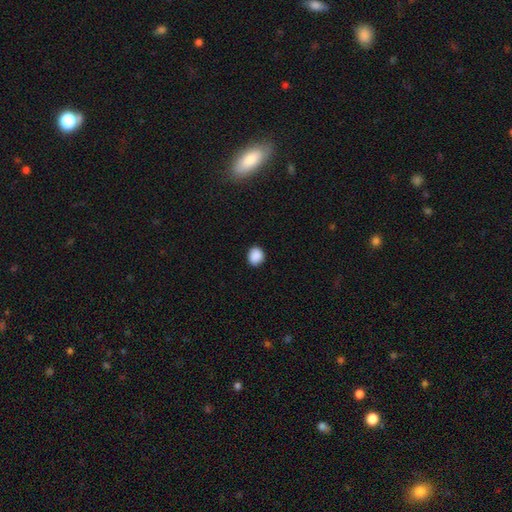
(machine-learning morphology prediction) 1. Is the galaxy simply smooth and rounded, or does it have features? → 89% smooth, 8% star or artifact, 2% featured or disk.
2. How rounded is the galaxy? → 67% round, 32% in between, 1% cigar-shaped.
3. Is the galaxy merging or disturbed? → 88% none, 9% minor disturbance, 2% major disturbance, 1% merger.